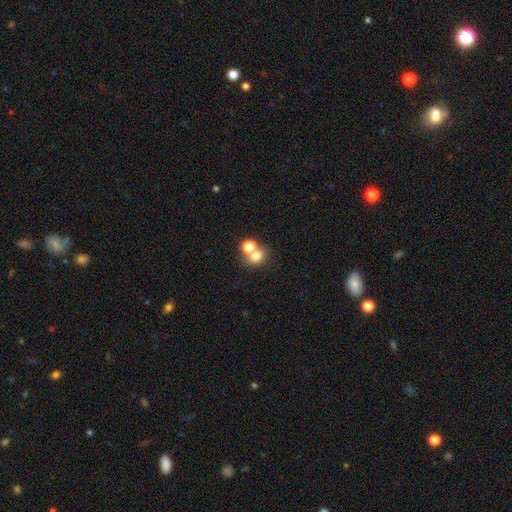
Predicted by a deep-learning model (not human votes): smooth-or-featured: smooth: 73% | star or artifact: 14% | featured or disk: 12%
  how-rounded: round: 66% | in between: 33% | cigar-shaped: 1%
  merging: merger: 47% | none: 43% | minor disturbance: 7% | major disturbance: 3%